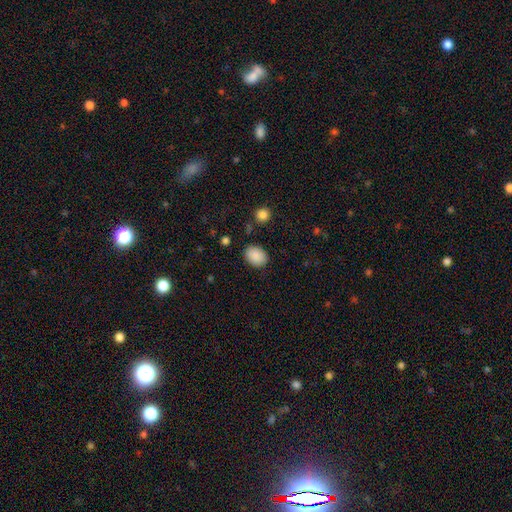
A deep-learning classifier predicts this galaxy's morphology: Q: Smooth or featured?
A: smooth (89%); runner-up: star or artifact (7%)
Q: How rounded?
A: in between (67%); runner-up: round (32%)
Q: Merging?
A: none (85%); runner-up: minor disturbance (10%)